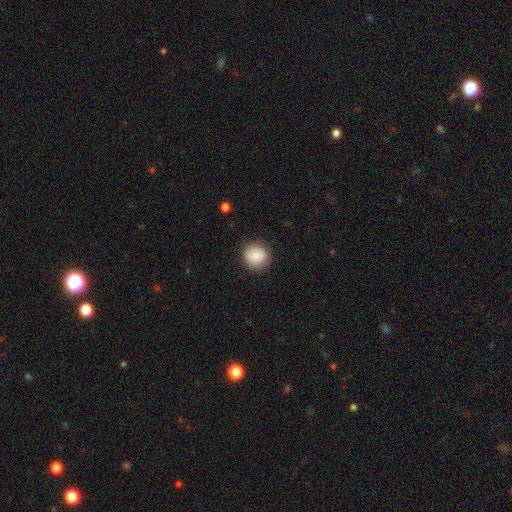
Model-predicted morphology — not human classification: Overall: smooth (82%). How rounded: round (91%). Merging: none (86%).